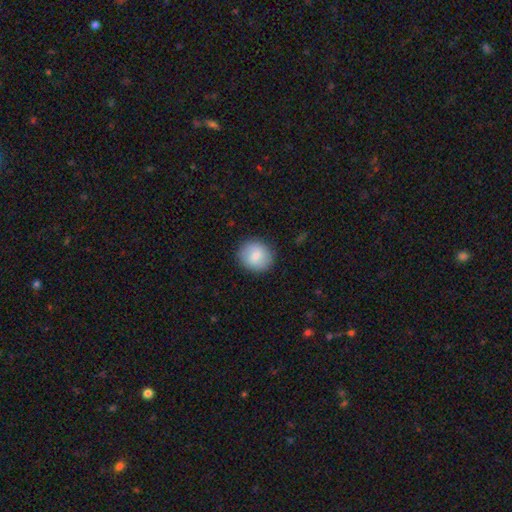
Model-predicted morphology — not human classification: type=smooth (77%); roundness=round (82%); merging=none (87%).